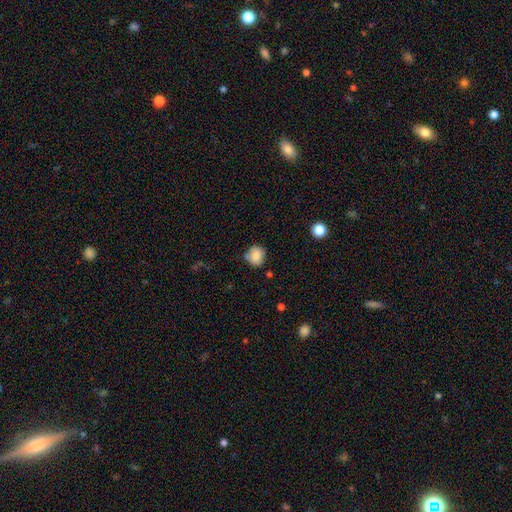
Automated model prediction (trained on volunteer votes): This appears to be a smooth galaxy with no disk features (83%) that is round (79%). Merging: none (70%).